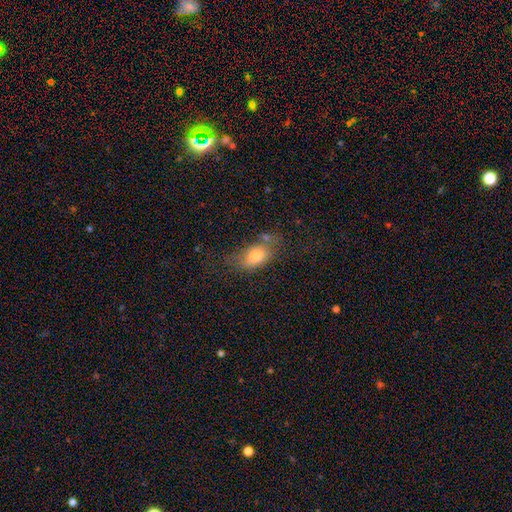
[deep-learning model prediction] Smooth or featured: smooth — 75% (featured or disk — 16%)
How rounded: in between — 85% (round — 11%)
Merging: none — 52% (minor disturbance — 25%)